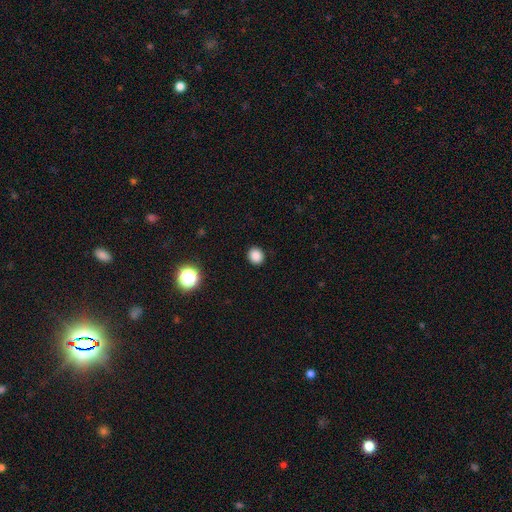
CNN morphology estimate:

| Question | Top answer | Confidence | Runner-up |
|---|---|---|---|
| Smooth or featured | smooth | 86% | star or artifact (11%) |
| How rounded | round | 78% | in between (21%) |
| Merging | none | 91% | minor disturbance (6%) |